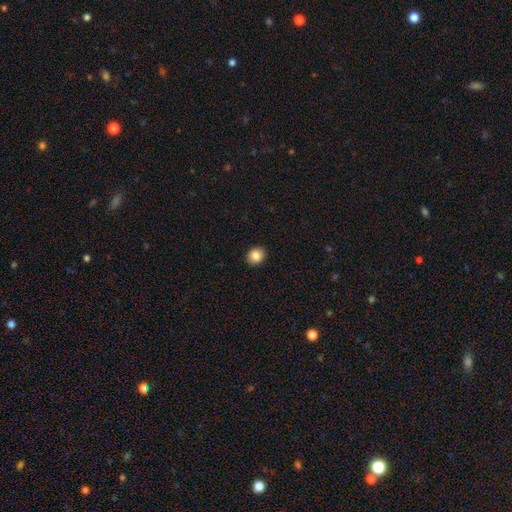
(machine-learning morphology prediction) A smooth galaxy with no disk features (85%) that is round (74%).

Vote fractions:
- Smooth or featured? smooth: 85% / star or artifact: 9% / featured or disk: 6%
- How rounded? round: 74% / in between: 25% / cigar-shaped: 1%
- Merging? none: 93% / minor disturbance: 5% / major disturbance: 1% / merger: 1%